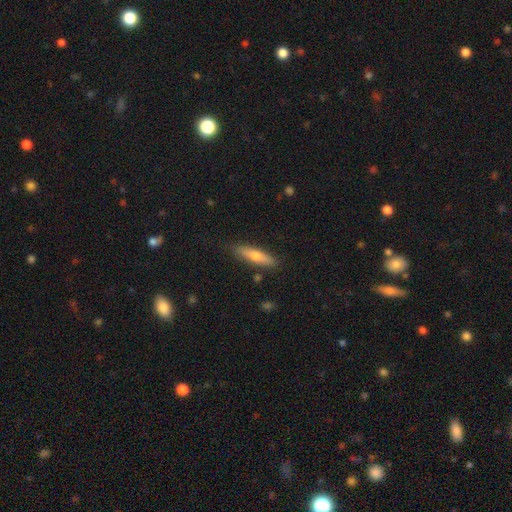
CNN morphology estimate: The model was most divided on "smooth or featured": smooth: 59%, featured or disk: 35%, star or artifact: 7%. More confident: merging — none (86%); how rounded — cigar-shaped (79%).